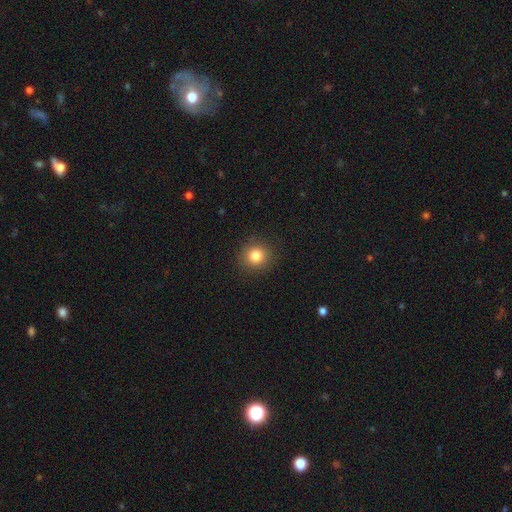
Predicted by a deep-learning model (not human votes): Smooth or featured? Predicted: smooth (p=0.82). How rounded? Predicted: round (p=0.91). Merging? Predicted: none (p=0.90).